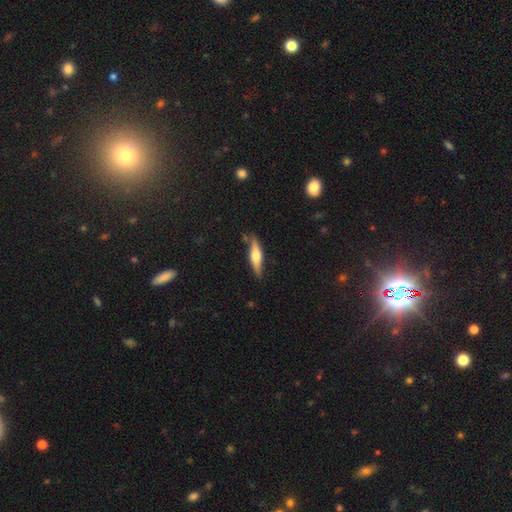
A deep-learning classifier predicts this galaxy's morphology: smooth_or_featured: featured or disk (p=0.55) [alt: smooth p=0.39]
disk_edge_on: yes (p=0.94) [alt: no p=0.06]
edge_on_bulge: rounded (p=0.88) [alt: boxy p=0.09]
merging: none (p=0.80) [alt: minor disturbance p=0.14]